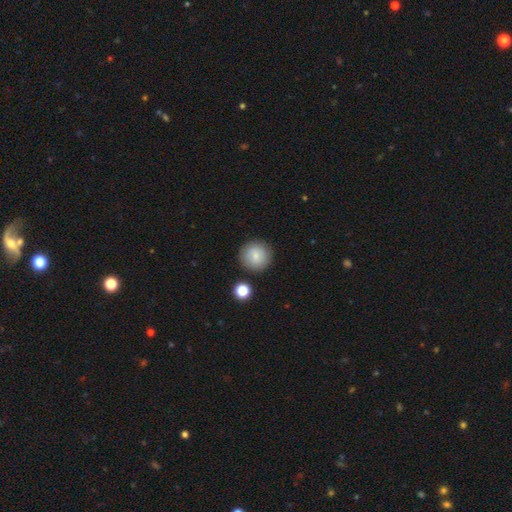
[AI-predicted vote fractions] This appears to be a smooth galaxy with no disk features (83%) that is round (95%). Merging: none (87%).